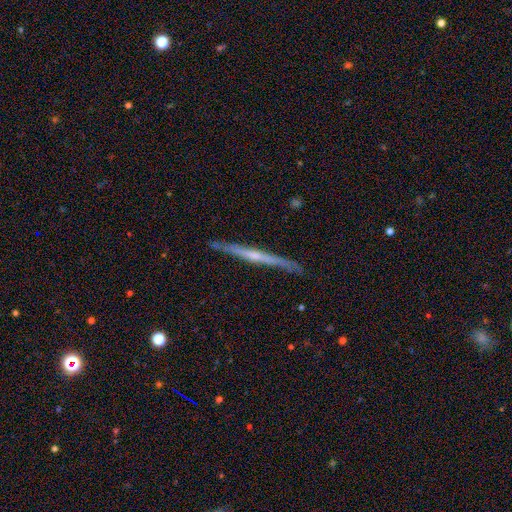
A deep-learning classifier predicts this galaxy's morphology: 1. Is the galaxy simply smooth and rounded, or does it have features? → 75% featured or disk, 20% smooth, 6% star or artifact.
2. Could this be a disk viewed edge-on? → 98% yes, 2% no.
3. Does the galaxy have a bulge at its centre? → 47% rounded, 45% none, 8% boxy.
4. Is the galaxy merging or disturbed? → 87% none, 10% minor disturbance, 2% major disturbance, 1% merger.